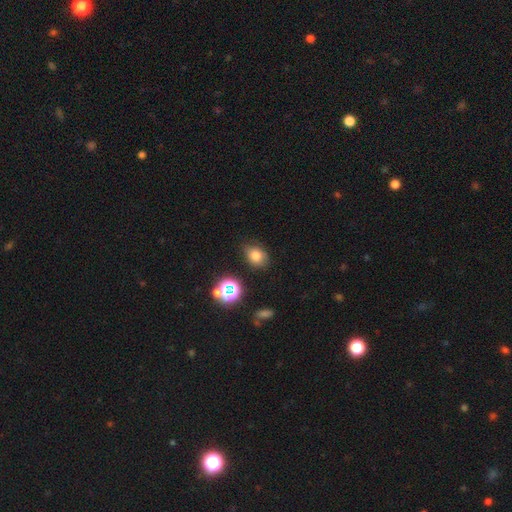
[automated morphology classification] Overall: smooth (74%). How rounded: in between (66%; round 32%). Merging: none (75%).